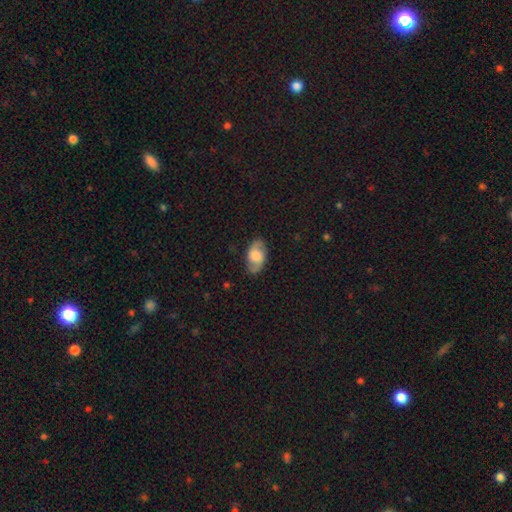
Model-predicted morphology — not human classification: Q: Smooth or featured?
A: featured or disk (49%); runner-up: smooth (44%)
Q: Merging?
A: none (81%); runner-up: minor disturbance (14%)